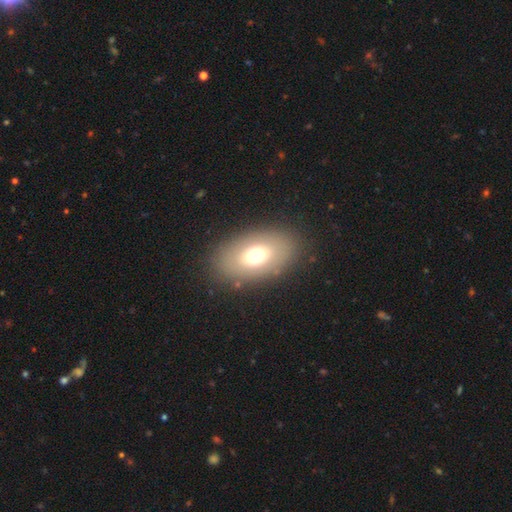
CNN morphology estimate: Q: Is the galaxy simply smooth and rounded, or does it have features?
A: smooth — 66%.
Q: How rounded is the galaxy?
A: in between — 85%.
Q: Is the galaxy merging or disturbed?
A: none — 85%.